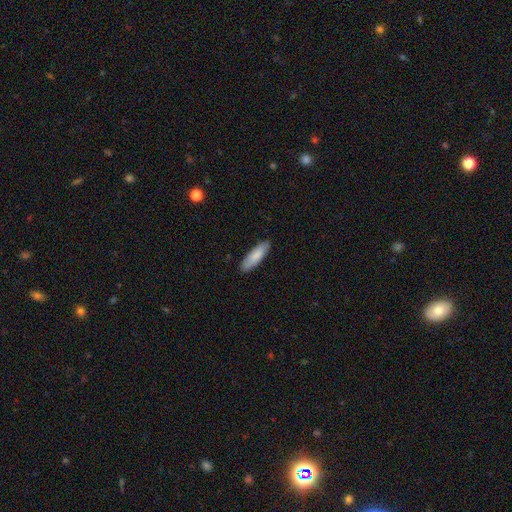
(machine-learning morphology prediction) Smooth or featured? Predicted: smooth (p=0.85). How rounded? Predicted: cigar-shaped (p=0.54). Merging? Predicted: none (p=0.88).